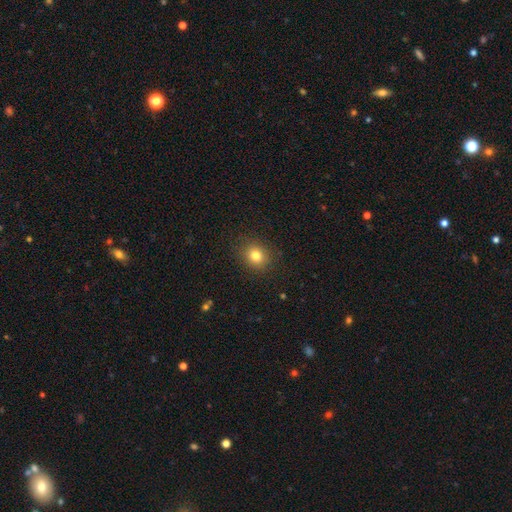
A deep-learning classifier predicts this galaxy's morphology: smooth 81%, star or artifact 12%, featured or disk 7%. Down the decision tree: how rounded — round (72%); merging — none (88%).